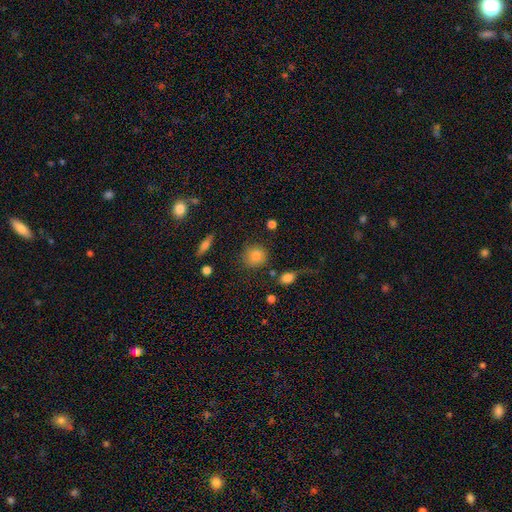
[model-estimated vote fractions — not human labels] A smooth galaxy with no disk features (82%) that is round (86%). Merging: none (78%).